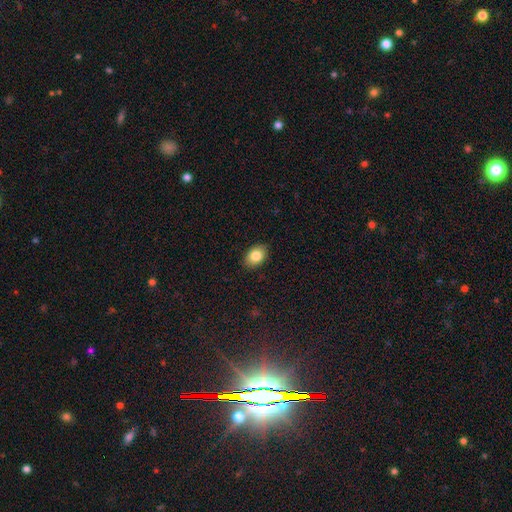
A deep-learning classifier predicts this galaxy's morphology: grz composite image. It shows a smooth galaxy with no disk features (84%) that is in between round and cigar-shaped (80%). Merging: none (88%).